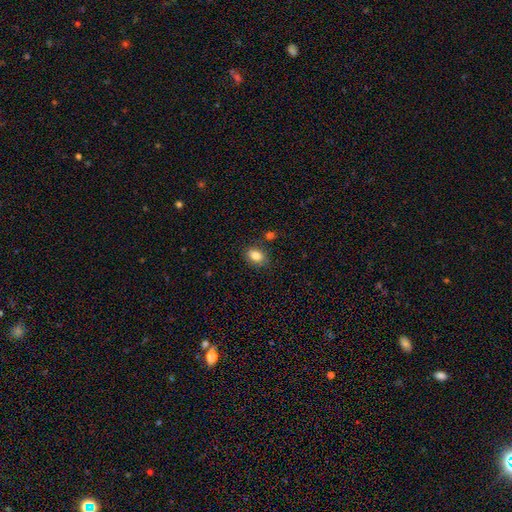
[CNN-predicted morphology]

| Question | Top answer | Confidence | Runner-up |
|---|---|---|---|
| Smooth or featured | smooth | 85% | star or artifact (9%) |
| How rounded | in between | 82% | round (17%) |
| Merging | none | 79% | minor disturbance (13%) |